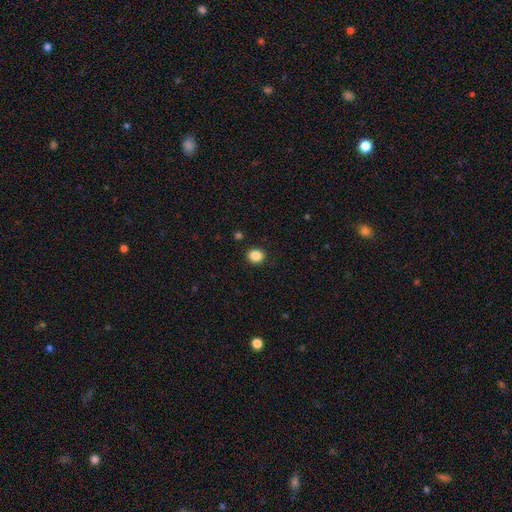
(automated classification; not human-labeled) Smooth or featured? Predicted: smooth (p=0.86). How rounded? Predicted: round (p=0.73). Merging? Predicted: none (p=0.90).